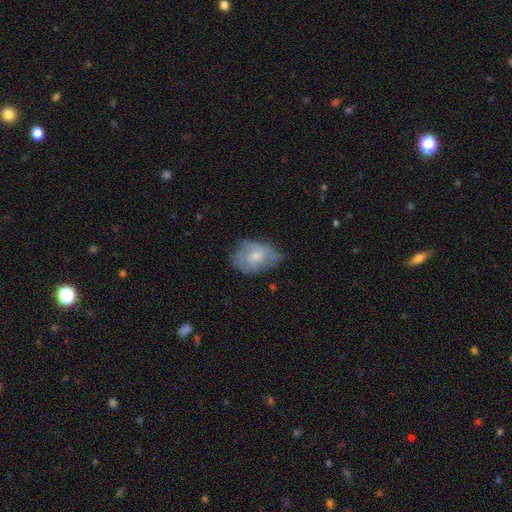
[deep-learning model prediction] Morphology: type=smooth (60%); roundness=in between (83%); merging=none (53%).